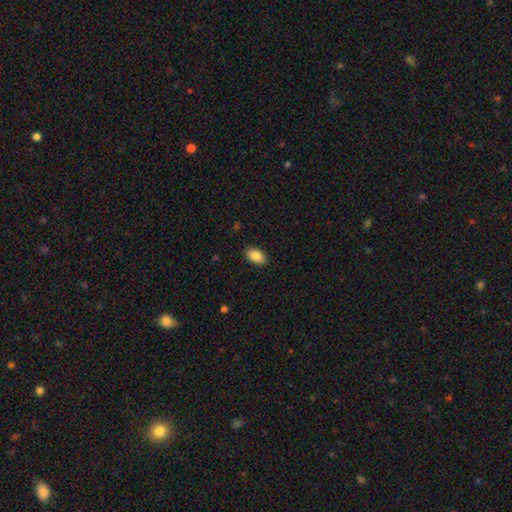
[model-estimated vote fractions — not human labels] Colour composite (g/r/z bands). It shows a smooth galaxy with no disk features (88%) that is in between round and cigar-shaped (93%). Merging: none (88%).